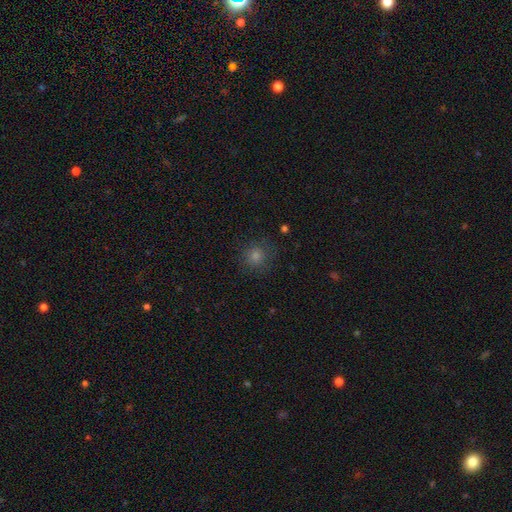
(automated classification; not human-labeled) smooth_or_featured: smooth (p=0.68) [alt: star or artifact p=0.23]
how_rounded: round (p=0.91) [alt: in between p=0.08]
merging: none (p=0.84) [alt: minor disturbance p=0.10]